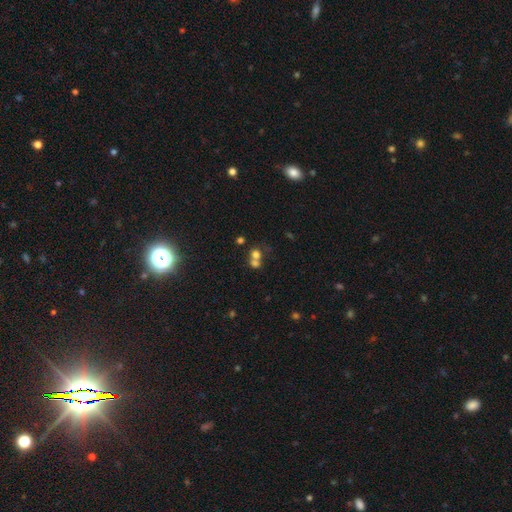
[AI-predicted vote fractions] The model was most divided on "merging": merger: 57%, none: 32%, minor disturbance: 6%, major disturbance: 4%. More confident: how rounded — round (76%); smooth or featured — smooth (66%).